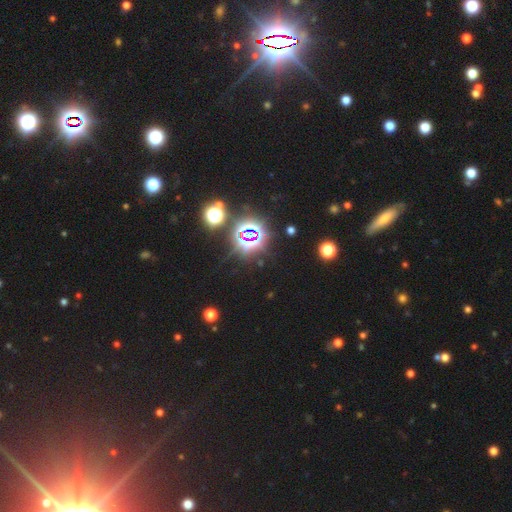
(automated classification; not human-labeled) smooth_or_featured: star or artifact (p=0.77) [alt: smooth p=0.15]